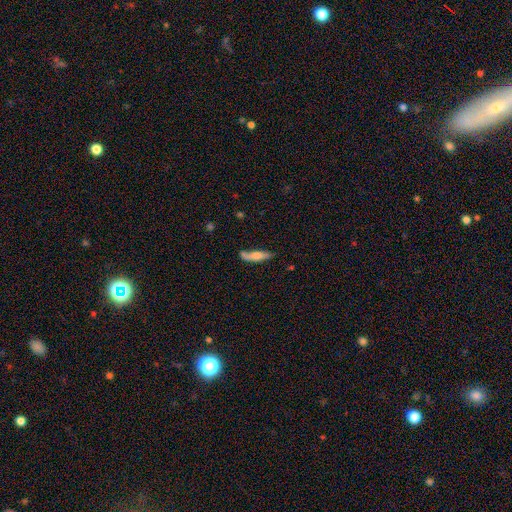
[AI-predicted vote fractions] The model was most divided on "smooth or featured": smooth: 61%, featured or disk: 33%, star or artifact: 6%. More confident: how rounded — cigar-shaped (72%); merging — none (63%).